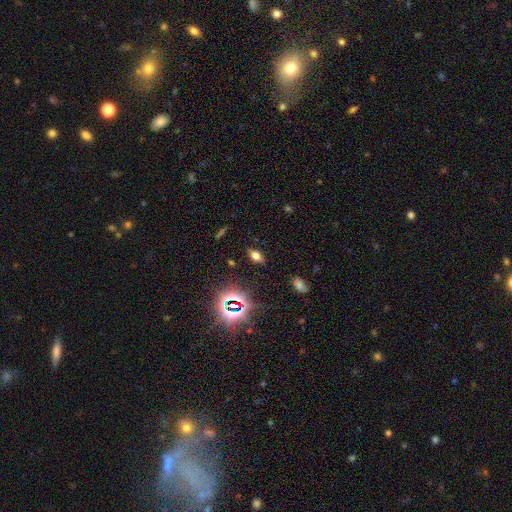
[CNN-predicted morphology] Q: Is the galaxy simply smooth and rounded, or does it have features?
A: smooth — 53%.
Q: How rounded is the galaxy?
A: in between — 80%.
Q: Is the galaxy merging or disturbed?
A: none — 85%.